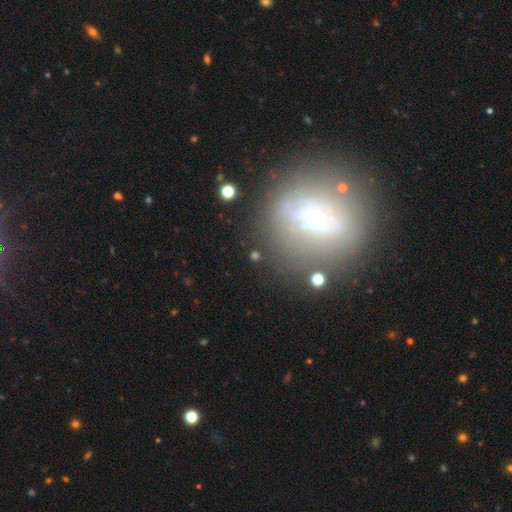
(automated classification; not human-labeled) Overall: featured or disk (41%; smooth 35%). Merging: none (66%).